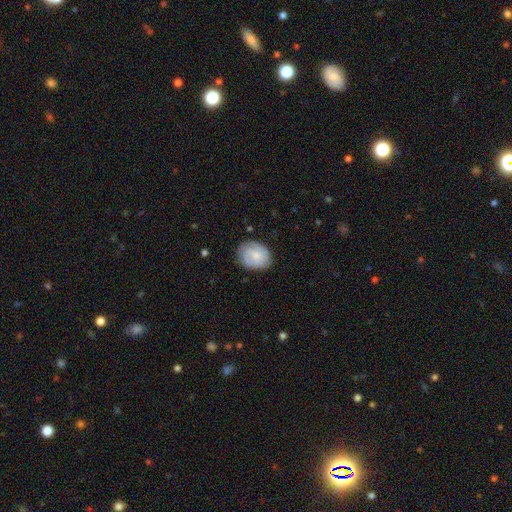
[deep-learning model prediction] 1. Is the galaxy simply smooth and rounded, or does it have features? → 53% smooth, 40% featured or disk, 7% star or artifact.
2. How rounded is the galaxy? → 53% round, 46% in between, 1% cigar-shaped.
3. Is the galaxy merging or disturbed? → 76% none, 18% minor disturbance, 5% major disturbance, 1% merger.